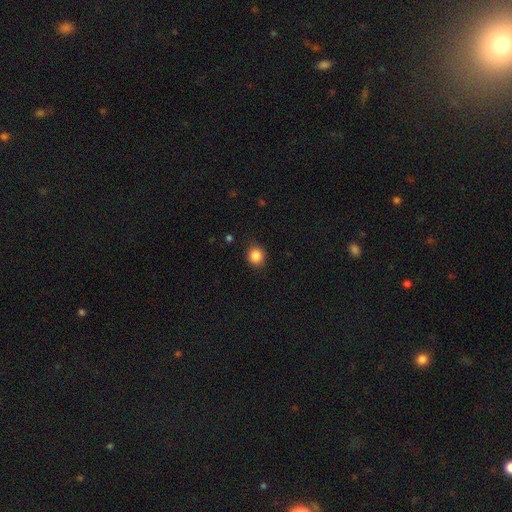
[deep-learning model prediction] Morphology: type=smooth (86%); roundness=round (84%); merging=none (87%).